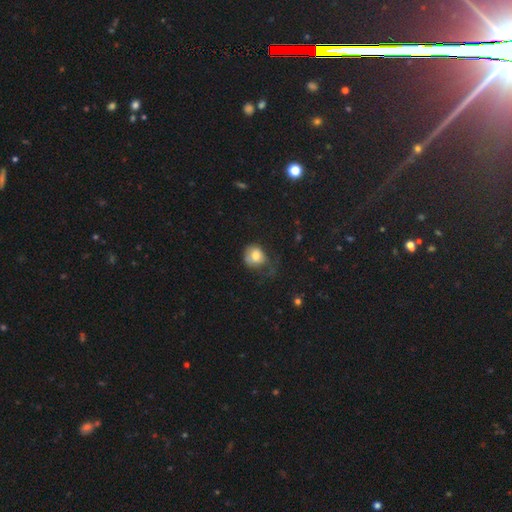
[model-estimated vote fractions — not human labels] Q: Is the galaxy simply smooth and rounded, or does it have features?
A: smooth — 73%.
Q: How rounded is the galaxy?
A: round — 68%.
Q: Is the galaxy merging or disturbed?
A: none — 36%.